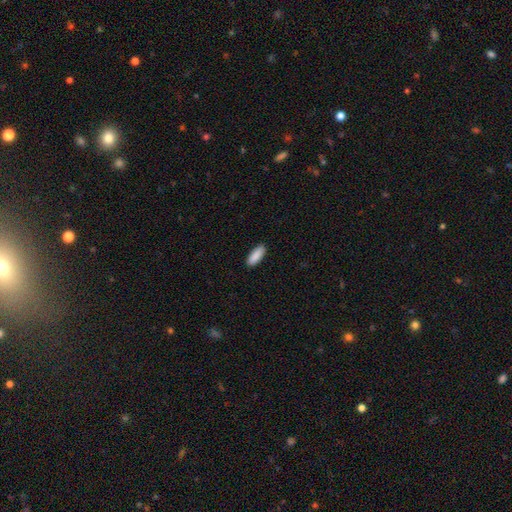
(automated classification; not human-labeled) This appears to be a smooth galaxy with no disk features (91%) that is in between round and cigar-shaped (74%). Merging: none (90%).